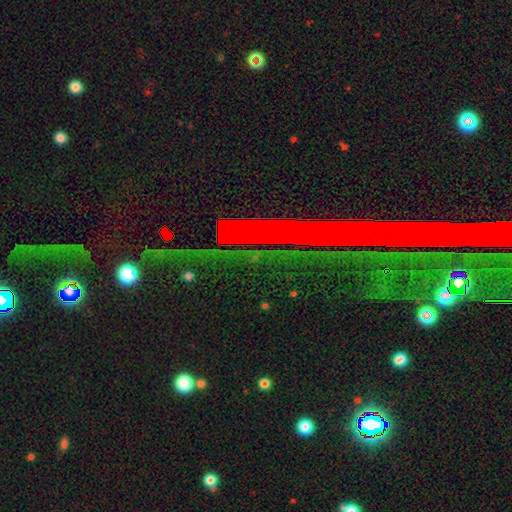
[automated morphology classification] Smooth or featured? star or artifact (75%)